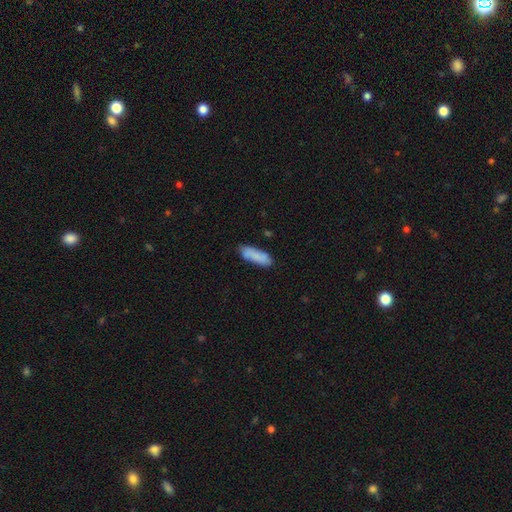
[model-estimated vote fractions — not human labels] This appears to be a smooth galaxy with no disk features (84%) that is cigar-shaped (49%, tied with in between). Merging: none (74%).